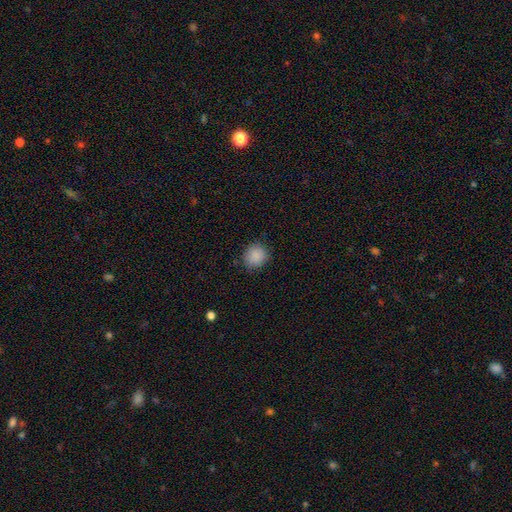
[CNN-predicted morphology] This appears to be a smooth galaxy with no disk features (88%) that is round (86%). Merging: none (85%).